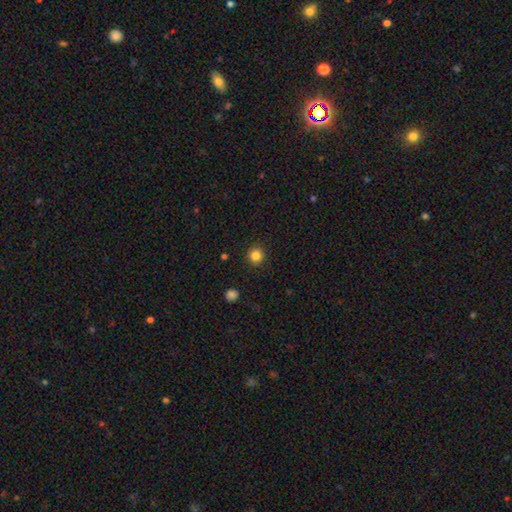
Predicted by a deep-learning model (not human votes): Smooth or featured? smooth (84%)
How rounded? round (94%)
Merging? none (92%)